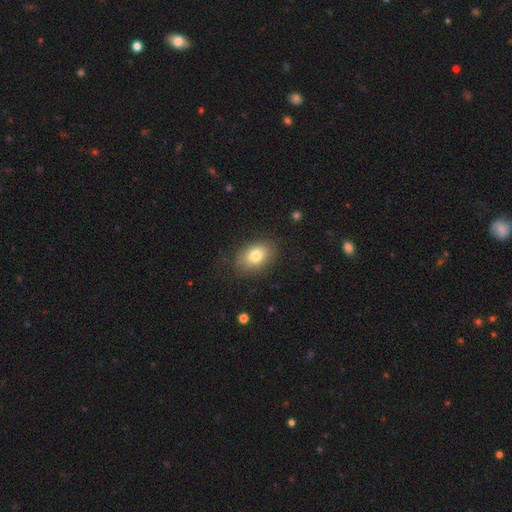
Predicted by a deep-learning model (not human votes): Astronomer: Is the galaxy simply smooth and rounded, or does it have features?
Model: smooth — 79%.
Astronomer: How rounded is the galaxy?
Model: in between — 84%.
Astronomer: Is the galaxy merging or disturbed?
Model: none — 83%.